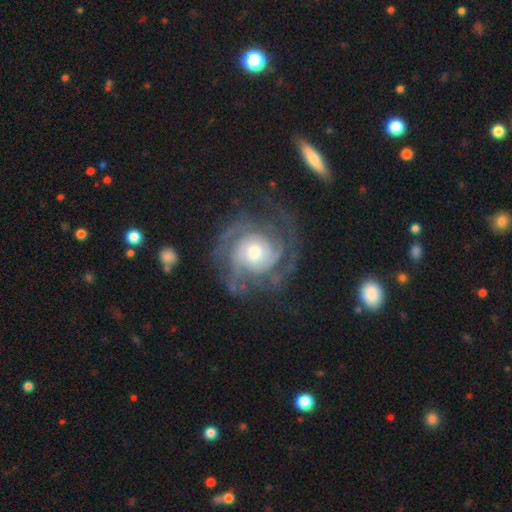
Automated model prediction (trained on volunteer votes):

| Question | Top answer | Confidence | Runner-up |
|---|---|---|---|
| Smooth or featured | featured or disk | 87% | smooth (7%) |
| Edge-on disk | no | 98% | yes (2%) |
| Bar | no | 77% | weak (19%) |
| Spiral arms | yes | 97% | no (3%) |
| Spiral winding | tight | 61% | medium (30%) |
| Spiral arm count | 3 | 26% | can't tell (25%) |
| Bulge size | moderate | 60% | large (25%) |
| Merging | none | 67% | minor disturbance (16%) |